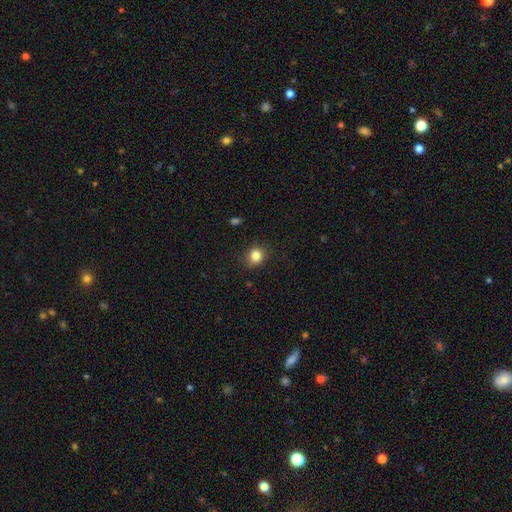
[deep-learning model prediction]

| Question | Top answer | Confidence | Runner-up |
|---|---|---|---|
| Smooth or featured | smooth | 84% | star or artifact (11%) |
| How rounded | round | 75% | in between (24%) |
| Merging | none | 84% | minor disturbance (12%) |